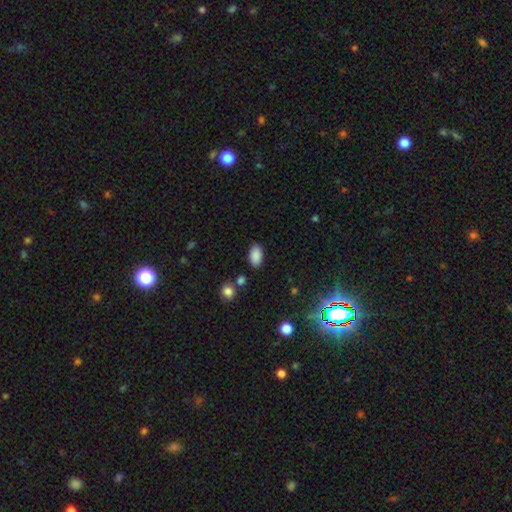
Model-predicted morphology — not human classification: Smooth or featured? smooth (88%)
How rounded? in between (93%)
Merging? none (85%)